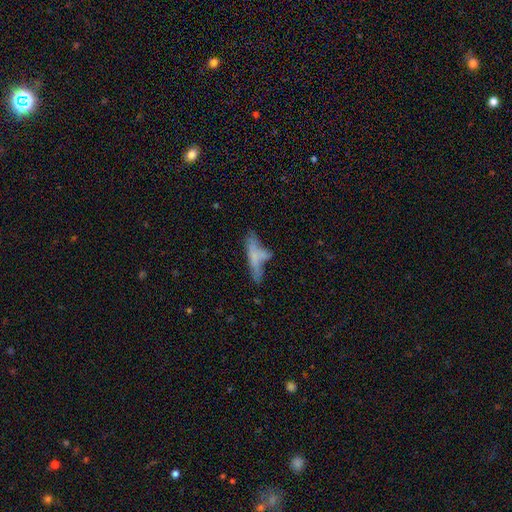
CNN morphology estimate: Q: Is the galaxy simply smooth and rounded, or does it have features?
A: smooth — 55%.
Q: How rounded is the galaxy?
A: cigar-shaped — 70%.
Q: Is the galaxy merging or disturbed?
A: none — 37%.